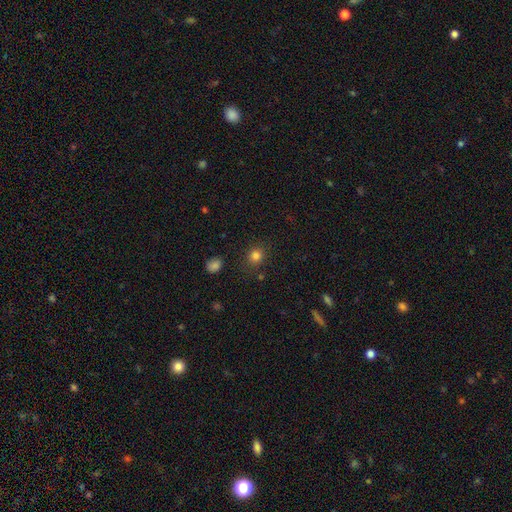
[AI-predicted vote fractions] Smooth or featured? Predicted: smooth (p=0.82). How rounded? Predicted: round (p=0.83). Merging? Predicted: none (p=0.84).